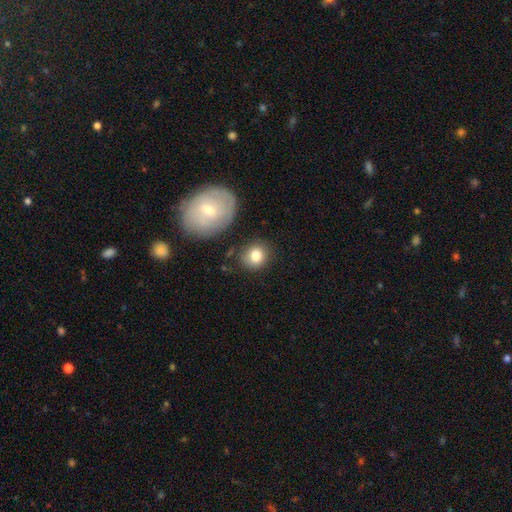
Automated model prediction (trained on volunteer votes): Smooth or featured? smooth (82%)
How rounded? round (78%)
Merging? none (78%)